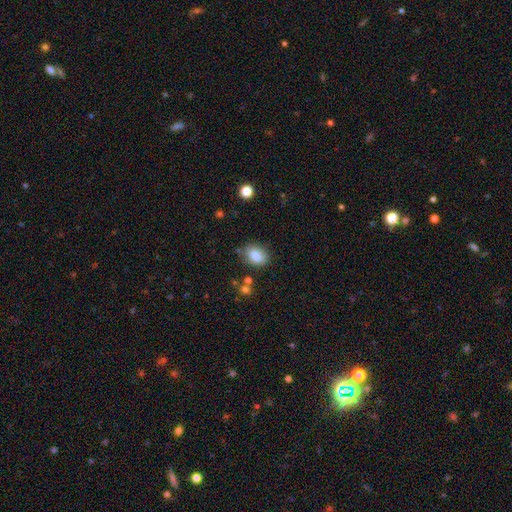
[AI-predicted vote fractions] The model was most divided on "how rounded": in between: 78%, round: 21%, cigar-shaped: 1%. More confident: smooth or featured — smooth (84%); merging — none (77%).